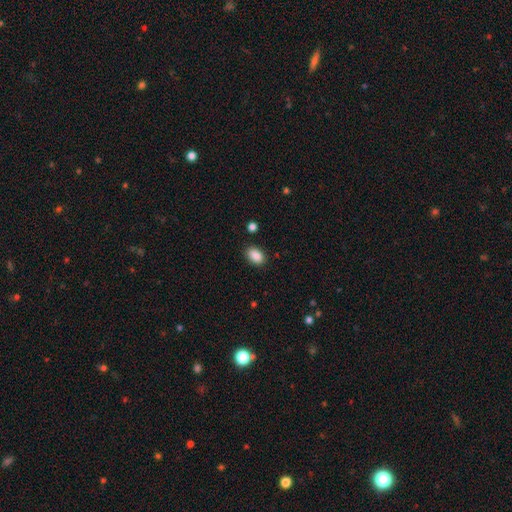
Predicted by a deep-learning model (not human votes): A smooth galaxy with no disk features (89%) that is in between round and cigar-shaped (87%).

Vote fractions:
- Smooth or featured? smooth: 89% / star or artifact: 8% / featured or disk: 4%
- How rounded? in between: 87% / round: 12% / cigar-shaped: 1%
- Merging? none: 86% / minor disturbance: 9% / major disturbance: 2% / merger: 2%